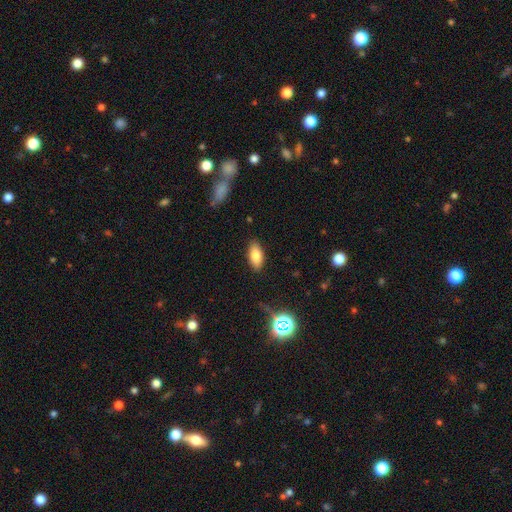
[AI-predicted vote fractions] smooth_or_featured: smooth (p=0.81) [alt: featured or disk p=0.10]
how_rounded: in between (p=0.90) [alt: cigar-shaped p=0.07]
merging: none (p=0.87) [alt: minor disturbance p=0.10]